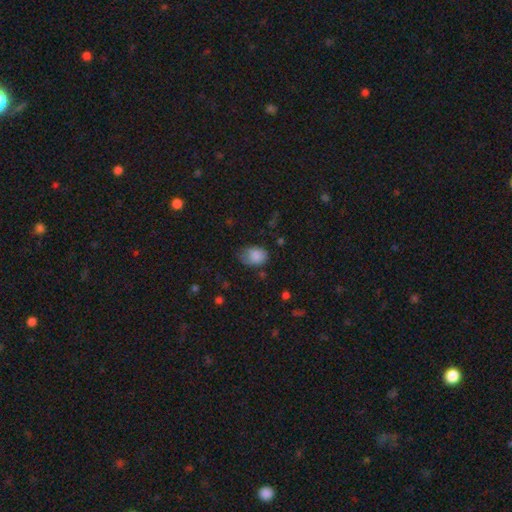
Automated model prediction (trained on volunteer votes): A smooth galaxy with no disk features (84%) that is in between round and cigar-shaped (74%).

Vote fractions:
- Smooth or featured? smooth: 84% / star or artifact: 8% / featured or disk: 7%
- How rounded? in between: 74% / round: 25% / cigar-shaped: 1%
- Merging? none: 54% / minor disturbance: 34% / major disturbance: 10% / merger: 2%